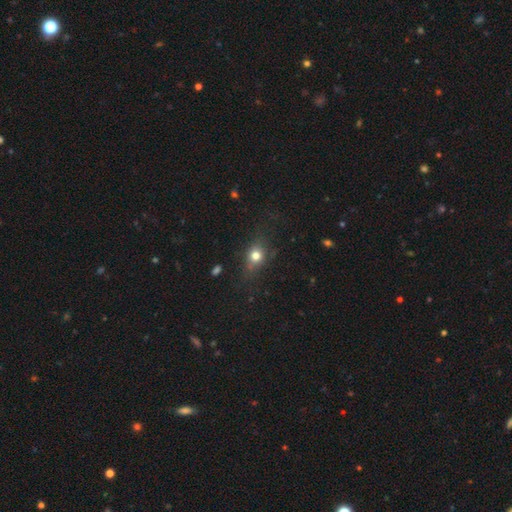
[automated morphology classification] A smooth galaxy with no disk features (73%) that is round (55%).

Vote fractions:
- Smooth or featured? smooth: 73% / star or artifact: 14% / featured or disk: 13%
- How rounded? round: 55% / in between: 41% / cigar-shaped: 4%
- Merging? none: 72% / minor disturbance: 18% / major disturbance: 8% / merger: 2%